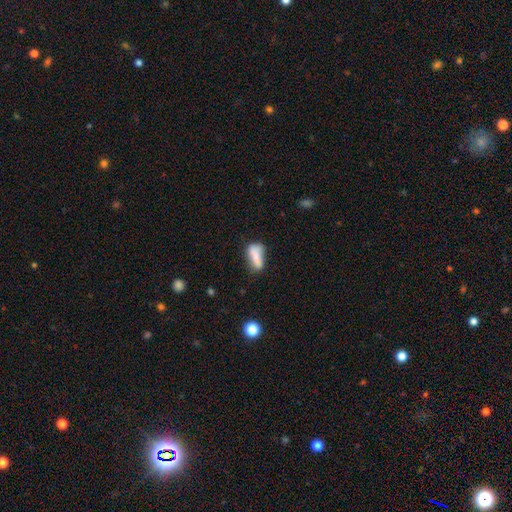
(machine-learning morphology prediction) Smooth or featured? Predicted: smooth (p=0.78). How rounded? Predicted: in between (p=0.69). Merging? Predicted: none (p=0.45).